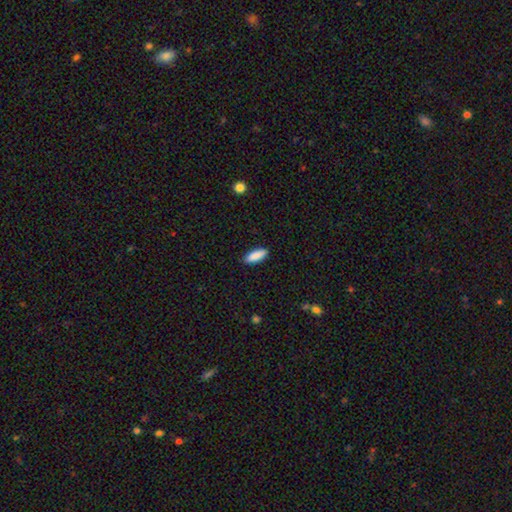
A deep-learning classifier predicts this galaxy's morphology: Smooth or featured? smooth (89%)
How rounded? in between (63%)
Merging? none (89%)